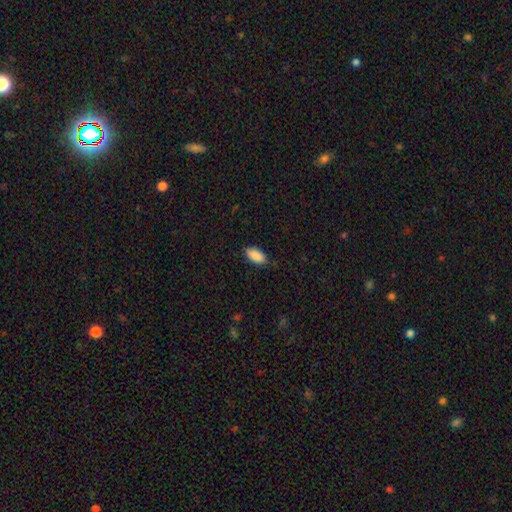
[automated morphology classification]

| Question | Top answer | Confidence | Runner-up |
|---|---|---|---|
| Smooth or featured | smooth | 90% | star or artifact (6%) |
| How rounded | in between | 92% | cigar-shaped (6%) |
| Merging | none | 84% | minor disturbance (12%) |